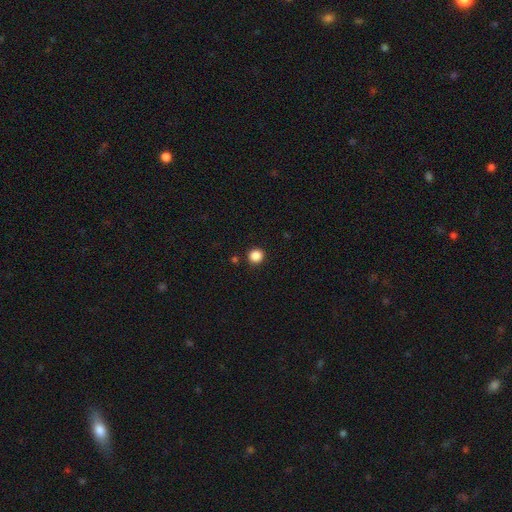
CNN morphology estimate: smooth-or-featured: smooth: 87% | star or artifact: 11% | featured or disk: 2%
  how-rounded: round: 93% | in between: 6% | cigar-shaped: 1%
  merging: none: 92% | minor disturbance: 5% | major disturbance: 2% | merger: 2%